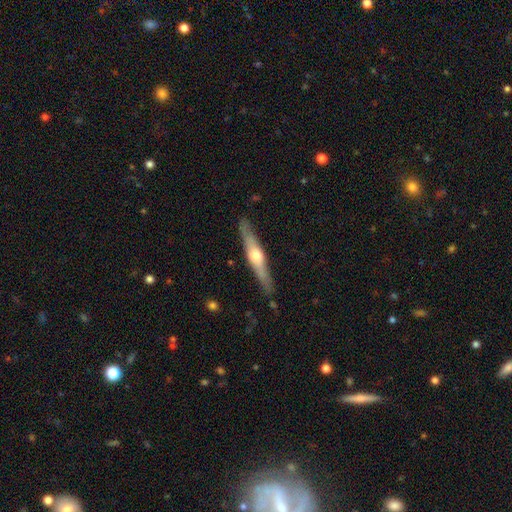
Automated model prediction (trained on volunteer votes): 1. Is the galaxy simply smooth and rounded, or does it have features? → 66% featured or disk, 29% smooth, 5% star or artifact.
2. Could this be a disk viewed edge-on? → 95% yes, 5% no.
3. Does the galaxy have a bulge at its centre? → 91% rounded, 5% boxy, 4% none.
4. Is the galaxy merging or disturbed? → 87% none, 10% minor disturbance, 2% major disturbance, 2% merger.